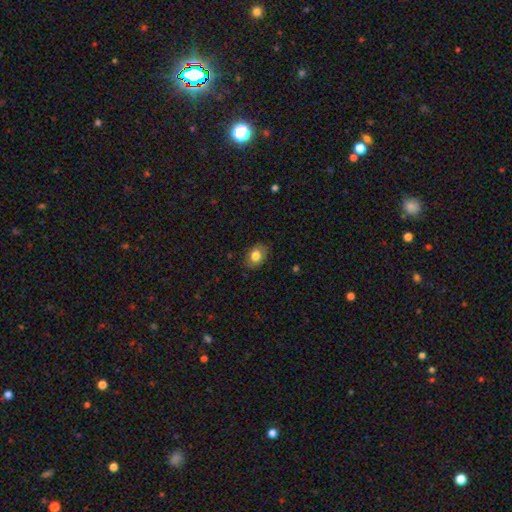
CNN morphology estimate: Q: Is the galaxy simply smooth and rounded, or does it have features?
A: smooth — 77%.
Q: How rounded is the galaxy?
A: in between — 72%.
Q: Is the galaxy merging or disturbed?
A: none — 82%.